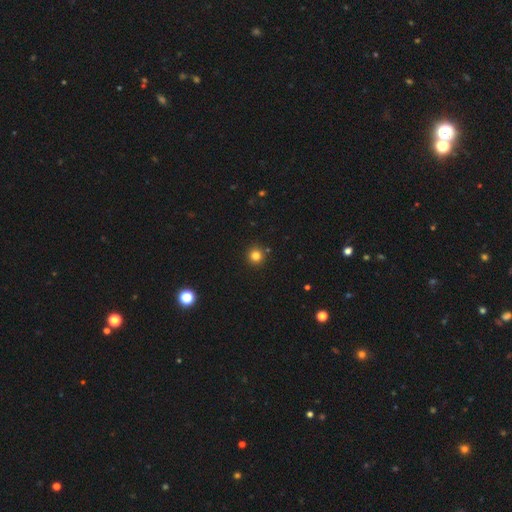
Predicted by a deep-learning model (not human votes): Morphology: type=smooth (82%); roundness=round (94%); merging=none (90%).